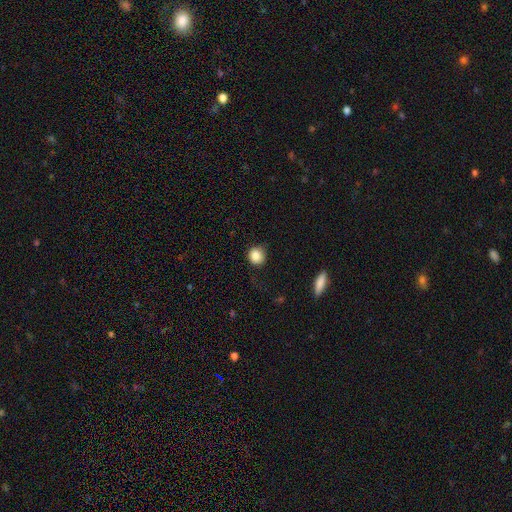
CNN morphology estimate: Overall: smooth (87%). How rounded: round (89%). Merging: none (81%).